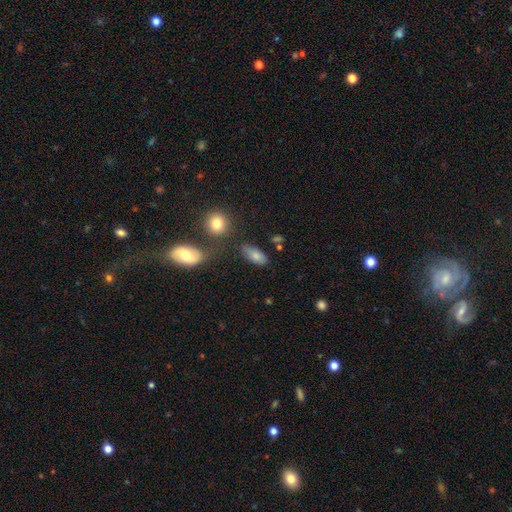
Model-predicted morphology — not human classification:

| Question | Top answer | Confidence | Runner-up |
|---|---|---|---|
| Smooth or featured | smooth | 78% | featured or disk (12%) |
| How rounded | in between | 88% | round (6%) |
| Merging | none | 68% | minor disturbance (18%) |